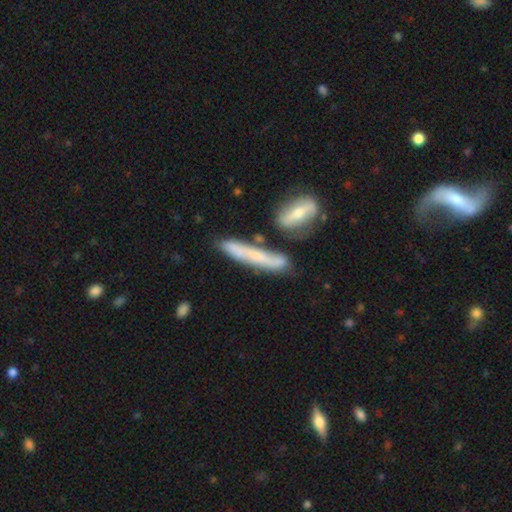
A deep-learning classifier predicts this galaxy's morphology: smooth-or-featured: smooth: 51% | featured or disk: 41% | star or artifact: 8%
  how-rounded: cigar-shaped: 88% | in between: 10% | round: 3%
  merging: none: 63% | minor disturbance: 17% | merger: 15% | major disturbance: 5%